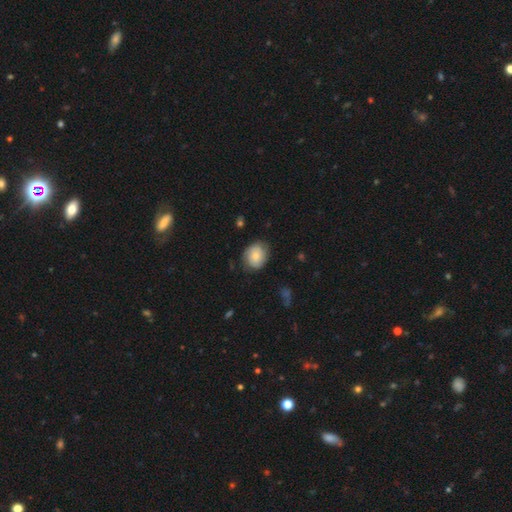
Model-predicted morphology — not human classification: Overall: smooth (71%). How rounded: round (56%; in between 43%). Merging: none (75%).